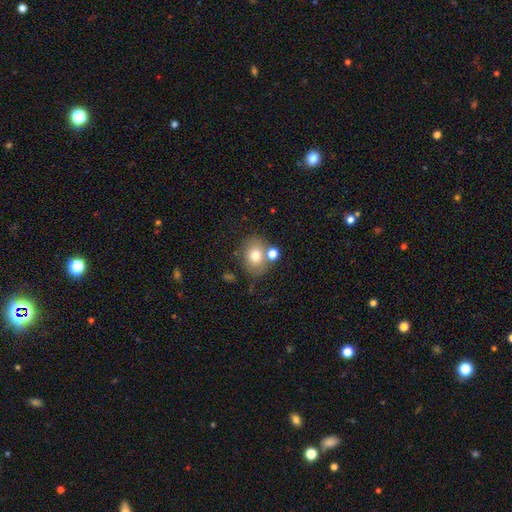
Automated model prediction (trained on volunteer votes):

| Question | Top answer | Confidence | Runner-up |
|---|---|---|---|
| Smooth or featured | smooth | 73% | featured or disk (17%) |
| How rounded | round | 60% | in between (39%) |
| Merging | none | 60% | merger (22%) |